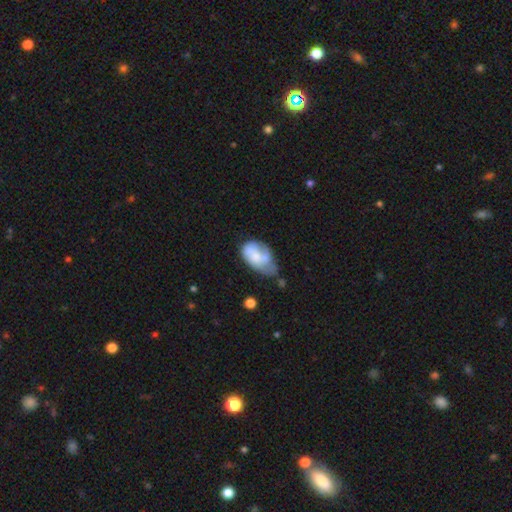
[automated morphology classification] Q: Smooth or featured?
A: smooth (51%); runner-up: featured or disk (41%)
Q: How rounded?
A: in between (89%); runner-up: round (10%)
Q: Merging?
A: minor disturbance (32%); runner-up: major disturbance (27%)